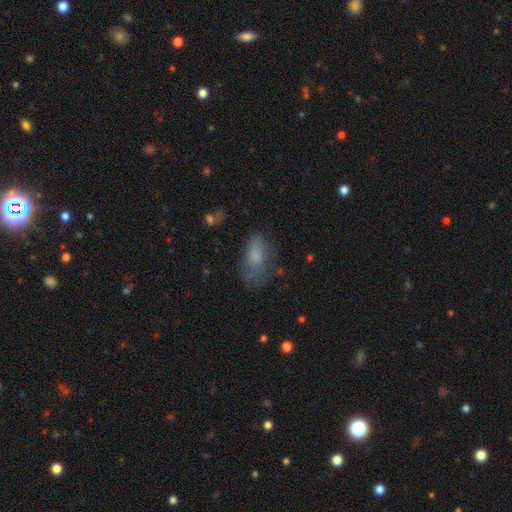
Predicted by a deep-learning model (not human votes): Smooth or featured?
  - smooth: 71% *
  - featured or disk: 18%
  - star or artifact: 10%
How rounded?
  - in between: 88% *
  - cigar-shaped: 6%
  - round: 6%
Merging?
  - none: 52% *
  - minor disturbance: 28%
  - major disturbance: 18%
  - merger: 3%